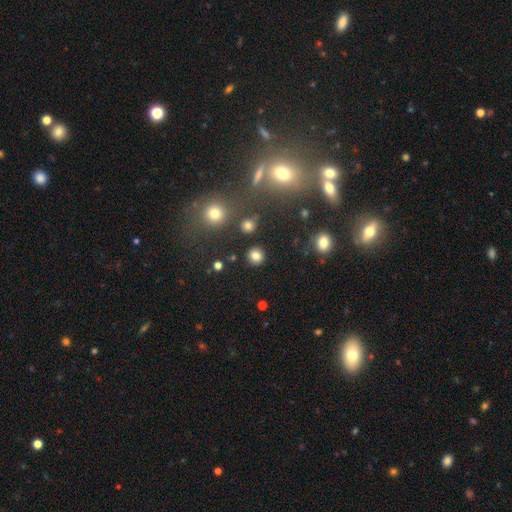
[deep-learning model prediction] Smooth or featured? smooth (81%)
How rounded? round (90%)
Merging? none (89%)